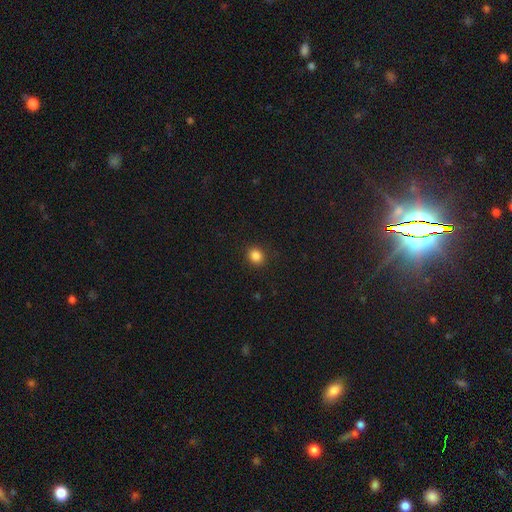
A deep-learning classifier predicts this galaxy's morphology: The model was most divided on "how rounded": round: 72%, in between: 27%, cigar-shaped: 1%. More confident: merging — none (90%); smooth or featured — smooth (85%).